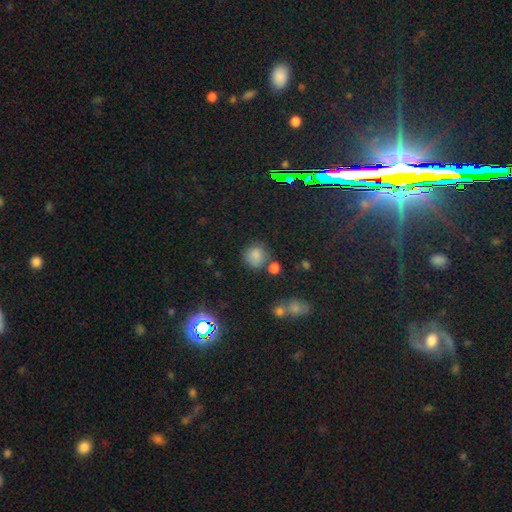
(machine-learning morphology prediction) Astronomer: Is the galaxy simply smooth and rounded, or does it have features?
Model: smooth — 79%.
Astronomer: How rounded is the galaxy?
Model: round — 83%.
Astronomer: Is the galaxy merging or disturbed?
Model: none — 67%.